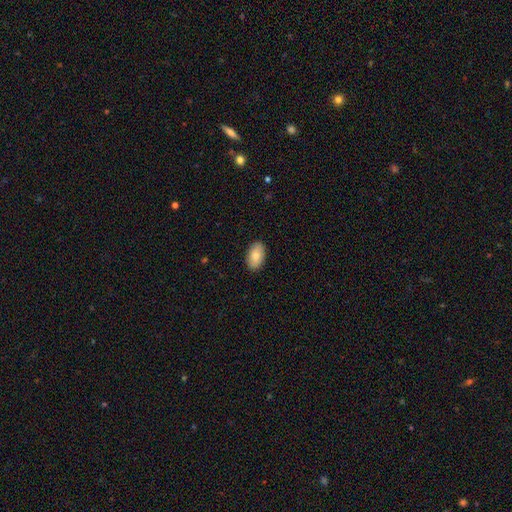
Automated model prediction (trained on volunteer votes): This is clearly a smooth galaxy (84%). How rounded: clearly in between (94%). Merging: clearly none (89%).